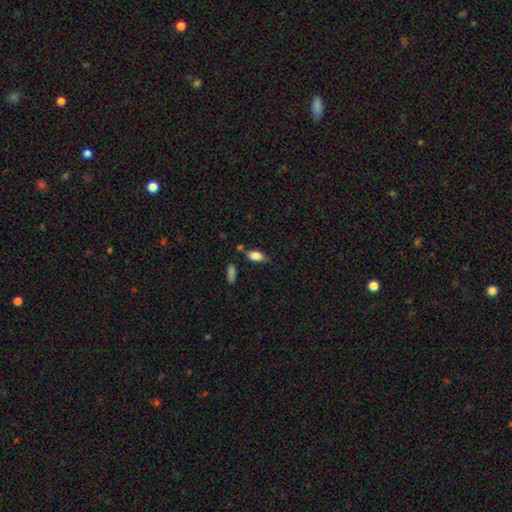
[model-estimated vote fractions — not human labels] Q: Smooth or featured?
A: smooth (83%); runner-up: featured or disk (9%)
Q: How rounded?
A: in between (87%); runner-up: cigar-shaped (8%)
Q: Merging?
A: none (63%); runner-up: minor disturbance (23%)